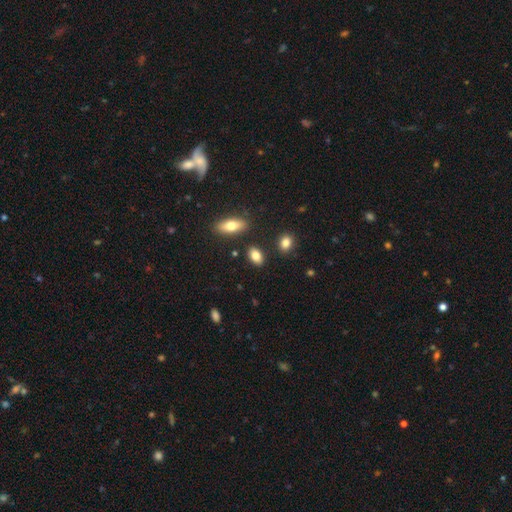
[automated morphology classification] Smooth or featured: smooth — 83% (featured or disk — 8%)
How rounded: in between — 86% (round — 10%)
Merging: none — 85% (minor disturbance — 9%)